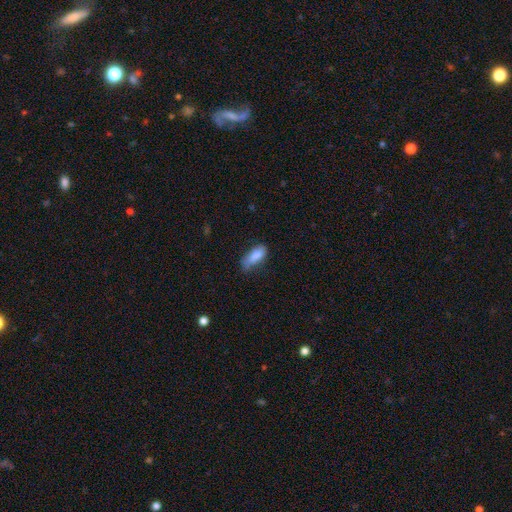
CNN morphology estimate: Smooth or featured? Predicted: smooth (p=0.82). How rounded? Predicted: in between (p=0.77). Merging? Predicted: none (p=0.42).